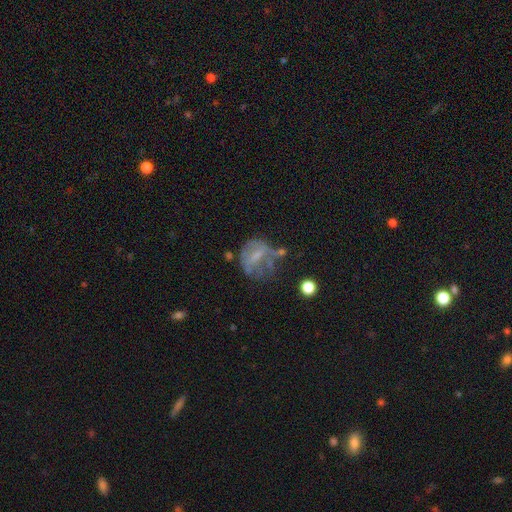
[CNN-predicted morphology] Smooth or featured?
  - featured or disk: 50% *
  - smooth: 36%
  - star or artifact: 14%
Edge-on disk?
  - no: 96% *
  - yes: 4%
Merging?
  - major disturbance: 35% *
  - none: 32%
  - minor disturbance: 22%
  - merger: 11%